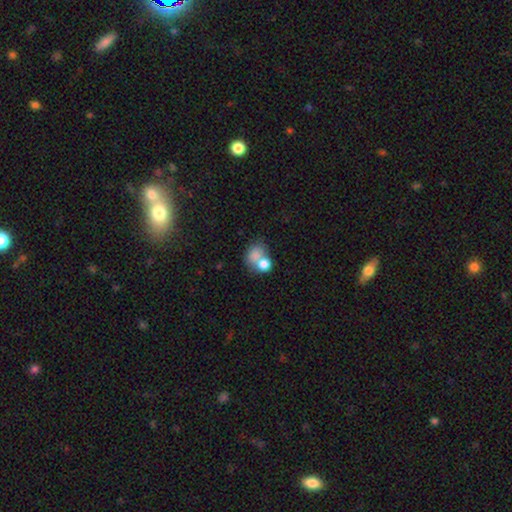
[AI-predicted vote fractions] Smooth or featured? smooth (75%)
How rounded? round (51%)
Merging? merger (53%)